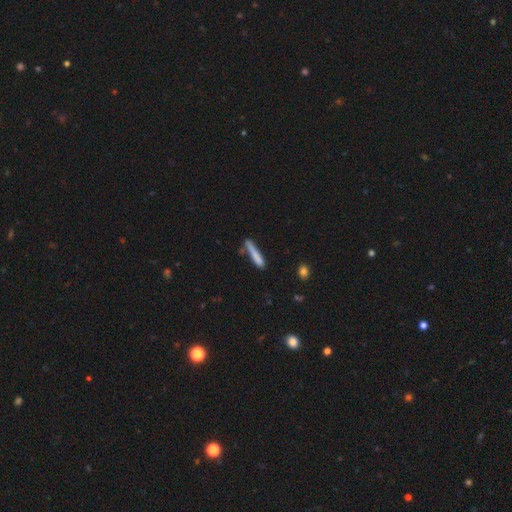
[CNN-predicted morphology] A smooth galaxy with no disk features (77%) that is cigar-shaped (94%). Merging: none (71%).